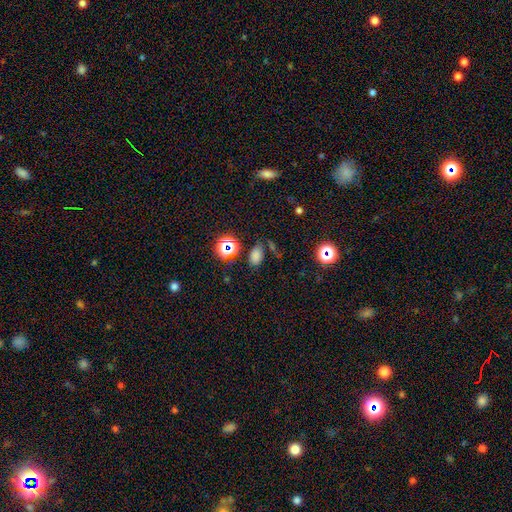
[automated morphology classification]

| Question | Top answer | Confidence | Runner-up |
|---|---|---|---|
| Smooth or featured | smooth | 70% | star or artifact (24%) |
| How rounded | in between | 84% | round (14%) |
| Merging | none | 73% | minor disturbance (15%) |